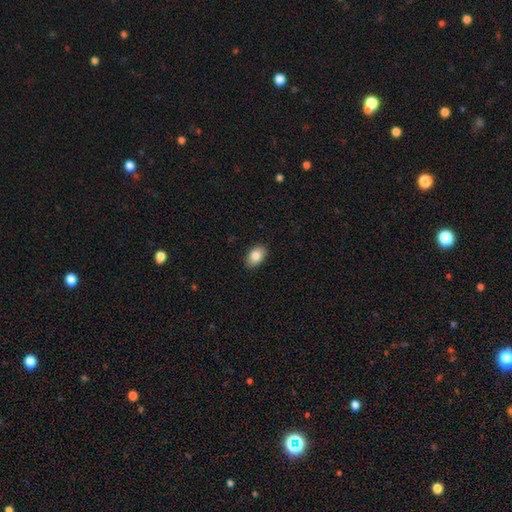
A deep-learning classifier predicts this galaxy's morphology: Smooth or featured?
  - smooth: 85% *
  - featured or disk: 8%
  - star or artifact: 7%
How rounded?
  - in between: 86% *
  - round: 13%
  - cigar-shaped: 1%
Merging?
  - none: 88% *
  - minor disturbance: 9%
  - major disturbance: 2%
  - merger: 1%